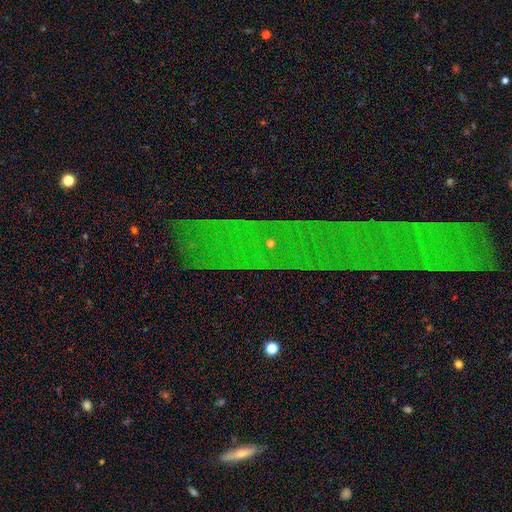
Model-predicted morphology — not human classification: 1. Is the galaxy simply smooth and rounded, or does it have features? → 68% star or artifact, 18% featured or disk, 14% smooth.